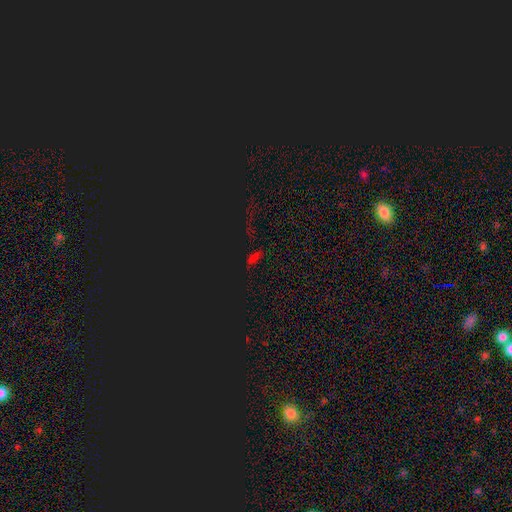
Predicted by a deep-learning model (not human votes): Smooth or featured: star or artifact — 59% (smooth — 33%)